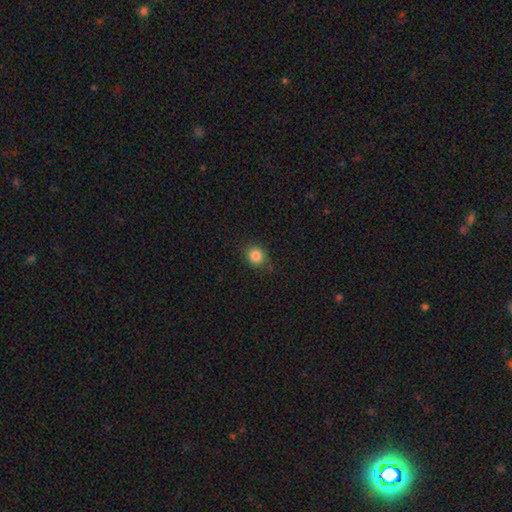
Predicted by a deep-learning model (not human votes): A smooth galaxy with no disk features (85%) that is round (75%). Merging: none (80%).